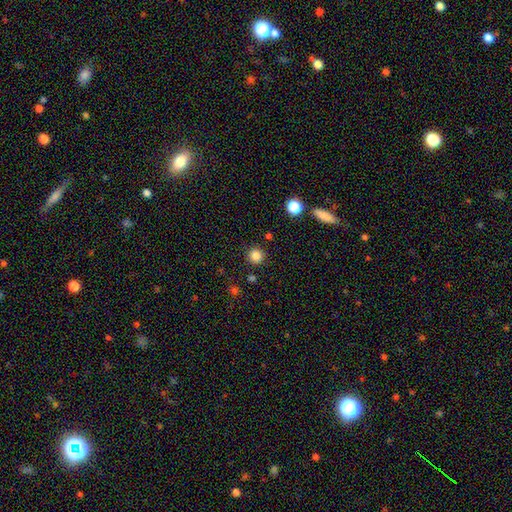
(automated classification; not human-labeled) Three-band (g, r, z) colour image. It shows a smooth galaxy with no disk features (84%) that is round (95%). Merging: none (90%).